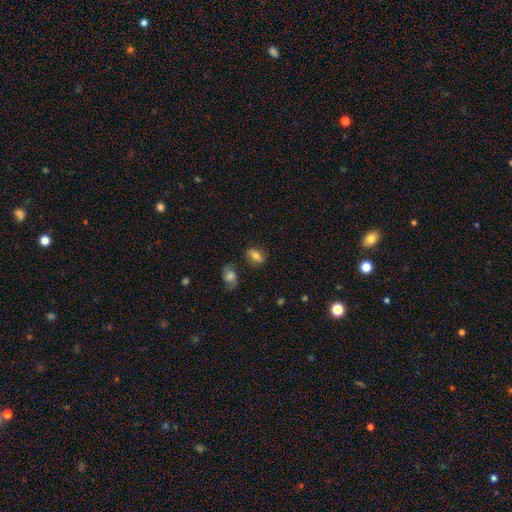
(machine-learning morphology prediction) Q: Smooth or featured?
A: smooth (69%); runner-up: featured or disk (20%)
Q: How rounded?
A: in between (80%); runner-up: round (16%)
Q: Merging?
A: none (72%); runner-up: minor disturbance (16%)